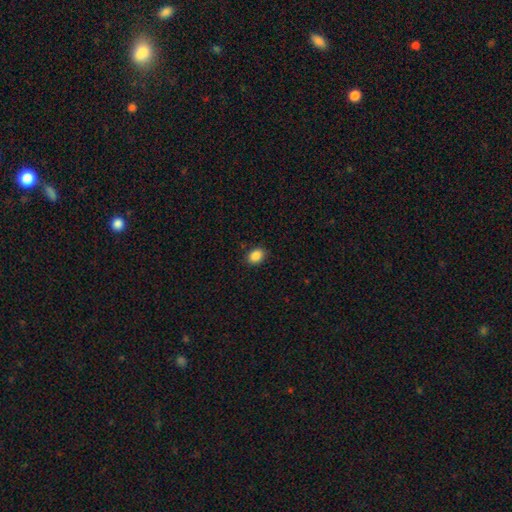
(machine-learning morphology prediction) Overall: smooth (87%). How rounded: in between (62%; round 37%). Merging: none (88%).